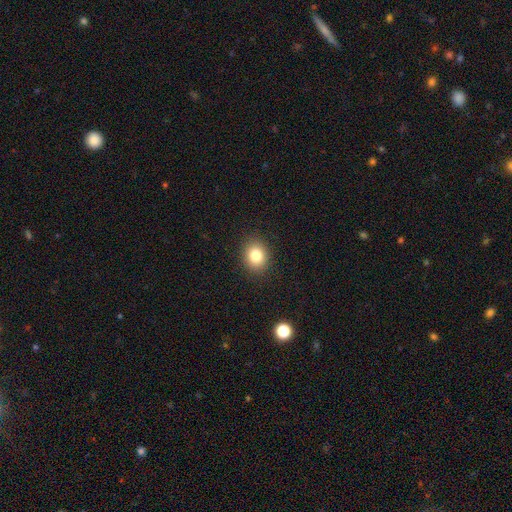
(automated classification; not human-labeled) smooth_or_featured: smooth (p=0.82) [alt: star or artifact p=0.11]
how_rounded: round (p=0.57) [alt: in between p=0.42]
merging: none (p=0.89) [alt: minor disturbance p=0.08]